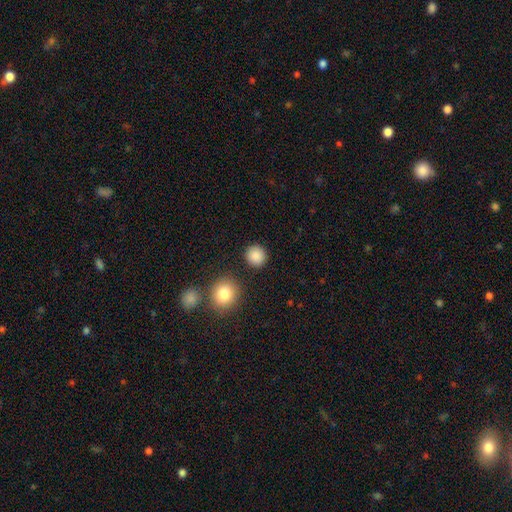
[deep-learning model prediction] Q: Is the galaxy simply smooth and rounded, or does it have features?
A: smooth — 88%.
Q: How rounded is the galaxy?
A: round — 91%.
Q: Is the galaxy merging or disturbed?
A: none — 88%.